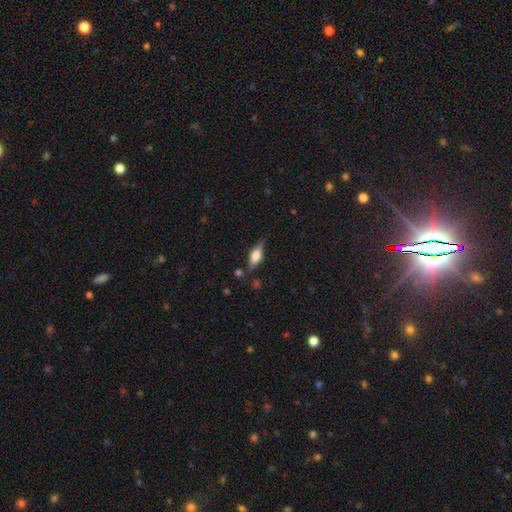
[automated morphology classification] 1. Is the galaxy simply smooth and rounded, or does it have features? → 48% smooth, 44% featured or disk, 8% star or artifact.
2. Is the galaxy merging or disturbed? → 73% none, 19% minor disturbance, 5% major disturbance, 3% merger.